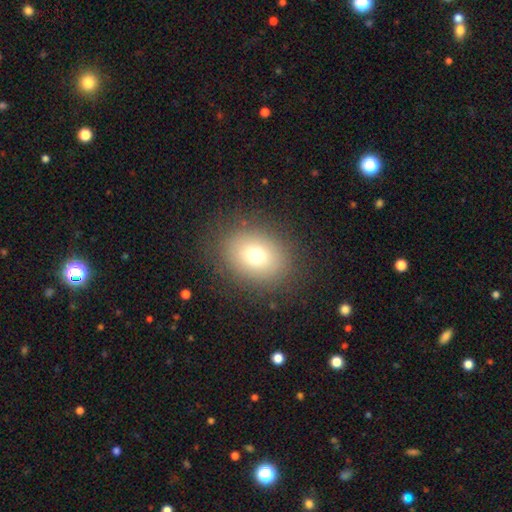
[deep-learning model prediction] A smooth galaxy with no disk features (73%) that is round (50%).

Vote fractions:
- Smooth or featured? smooth: 73% / star or artifact: 14% / featured or disk: 13%
- How rounded? round: 50% / in between: 49% / cigar-shaped: 1%
- Merging? none: 85% / minor disturbance: 9% / major disturbance: 5% / merger: 1%